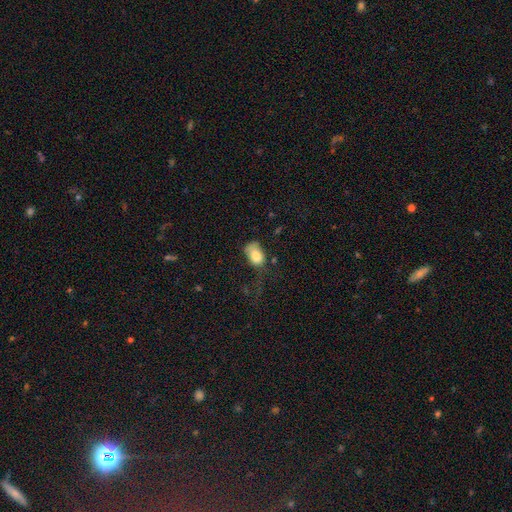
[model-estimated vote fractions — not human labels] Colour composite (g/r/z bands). It shows a smooth galaxy with no disk features (78%) that is in between round and cigar-shaped (79%). Merging: major disturbance (34%).